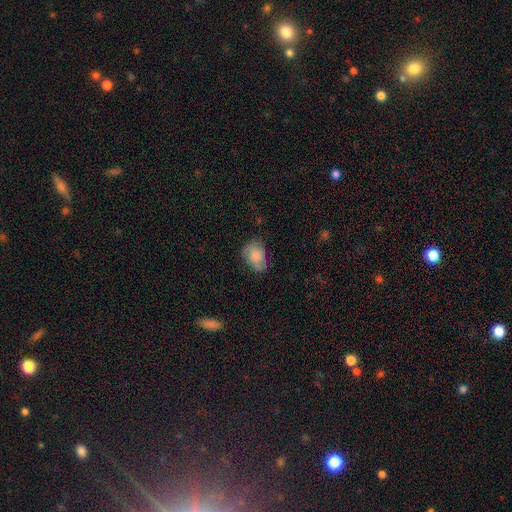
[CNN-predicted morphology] smooth 72%, featured or disk 20%, star or artifact 8%. Down the decision tree: how rounded — in between (75%); merging — none (53%).